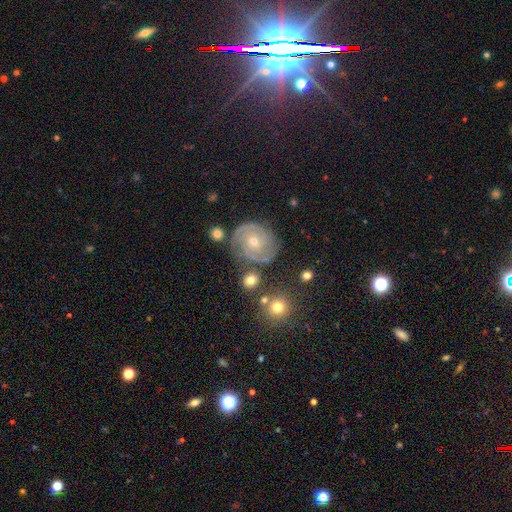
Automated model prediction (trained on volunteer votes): smooth-or-featured: featured or disk: 67% | star or artifact: 17% | smooth: 15%
  disk-edge-on: no: 96% | yes: 4%
    bar: no: 75% | weak: 19% | strong: 6%
    has-spiral-arms: yes: 90% | no: 10%
      spiral-winding: tight: 76% | medium: 19% | loose: 4%
      spiral-arm-count: 2: 44% | can't tell: 26% | 3: 15% | 4: 5% | 1: 5% | more than 4: 5%
    bulge-size: small: 53% | moderate: 43% | large: 2% | none: 1% | dominant: 1%
  merging: none: 77% | minor disturbance: 13% | major disturbance: 5% | merger: 5%